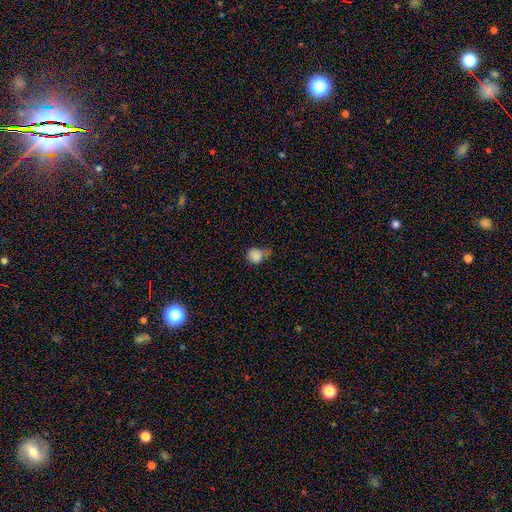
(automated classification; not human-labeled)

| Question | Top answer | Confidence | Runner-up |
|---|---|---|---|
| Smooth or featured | smooth | 83% | star or artifact (11%) |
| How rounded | round | 79% | in between (20%) |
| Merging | none | 42% | minor disturbance (30%) |